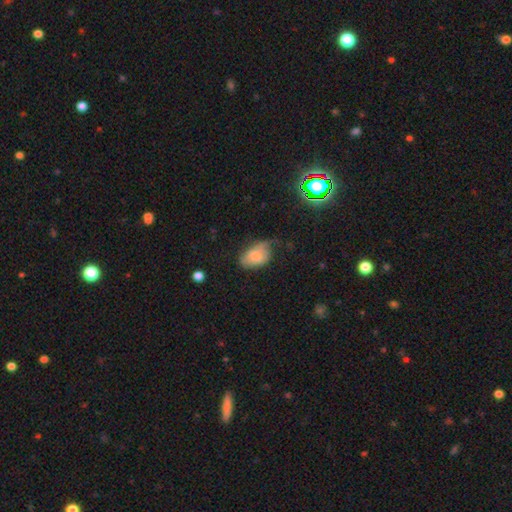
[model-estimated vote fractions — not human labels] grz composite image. It shows a smooth galaxy with no disk features (72%) that is in between round and cigar-shaped (88%). Merging: minor disturbance (37%).